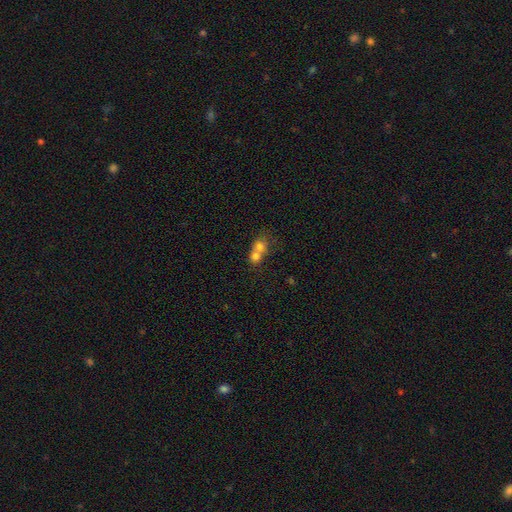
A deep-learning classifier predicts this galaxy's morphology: smooth-or-featured: smooth: 72% | featured or disk: 17% | star or artifact: 11%
  how-rounded: round: 70% | in between: 29% | cigar-shaped: 1%
  merging: merger: 71% | none: 21% | minor disturbance: 5% | major disturbance: 3%